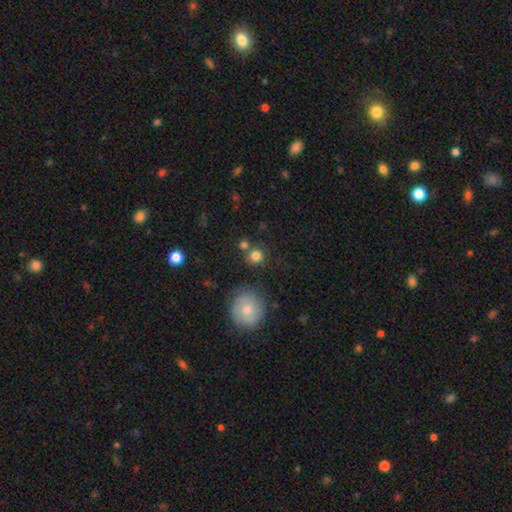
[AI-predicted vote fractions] This is clearly a smooth galaxy (81%). How rounded: clearly round (90%). Merging: likely none (73%).